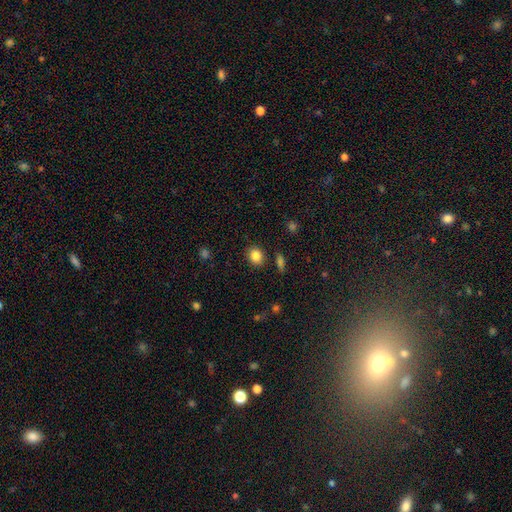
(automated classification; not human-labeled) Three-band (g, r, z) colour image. It shows a smooth galaxy with no disk features (84%) that is round (64%). Merging: none (87%).